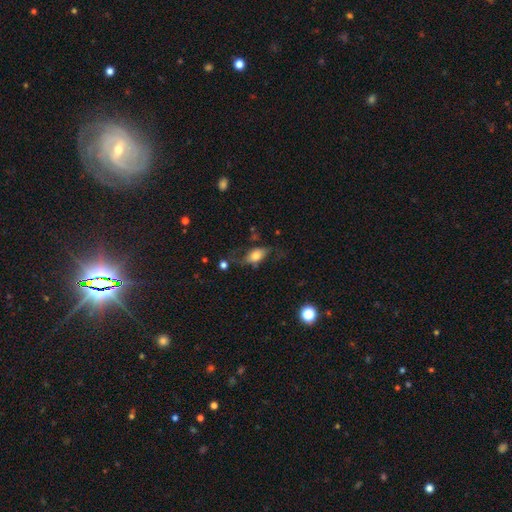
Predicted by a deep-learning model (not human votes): Q: Smooth or featured?
A: smooth (63%); runner-up: featured or disk (29%)
Q: How rounded?
A: in between (85%); runner-up: round (10%)
Q: Merging?
A: none (50%); runner-up: minor disturbance (25%)